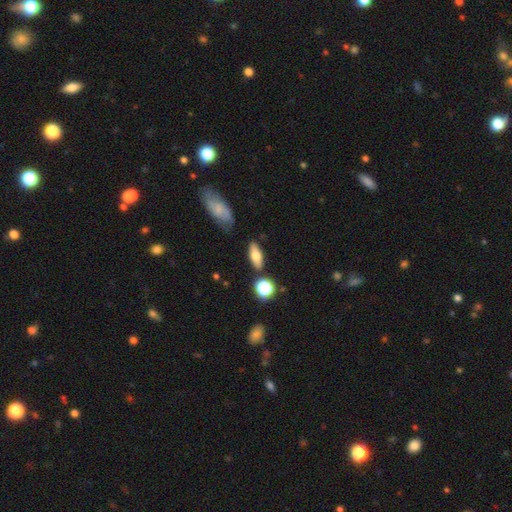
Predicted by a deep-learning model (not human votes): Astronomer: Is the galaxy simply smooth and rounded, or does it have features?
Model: smooth — 65%.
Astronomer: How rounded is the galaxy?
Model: in between — 69%.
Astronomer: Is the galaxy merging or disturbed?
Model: none — 79%.